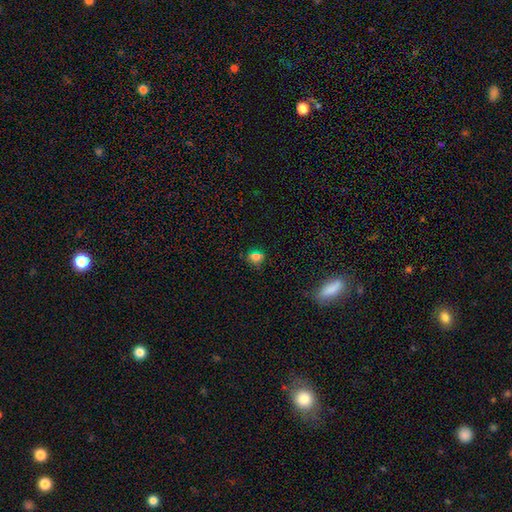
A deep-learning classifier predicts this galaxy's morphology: A smooth galaxy with no disk features (71%) that is round (64%). Merging: none (83%).